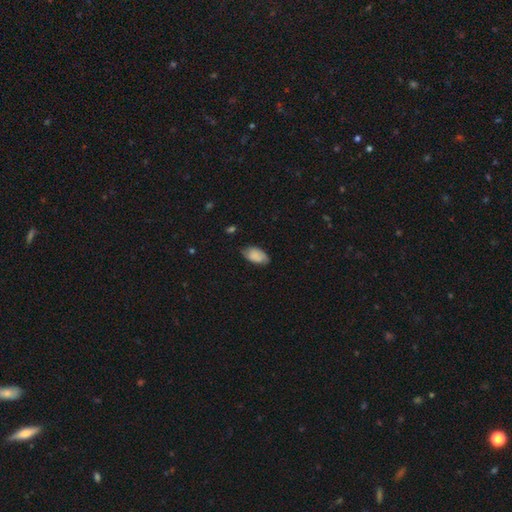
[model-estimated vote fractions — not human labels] Smooth or featured?
  - smooth: 76% *
  - featured or disk: 17%
  - star or artifact: 8%
How rounded?
  - in between: 94% *
  - round: 4%
  - cigar-shaped: 2%
Merging?
  - none: 67% *
  - minor disturbance: 27%
  - major disturbance: 5%
  - merger: 2%